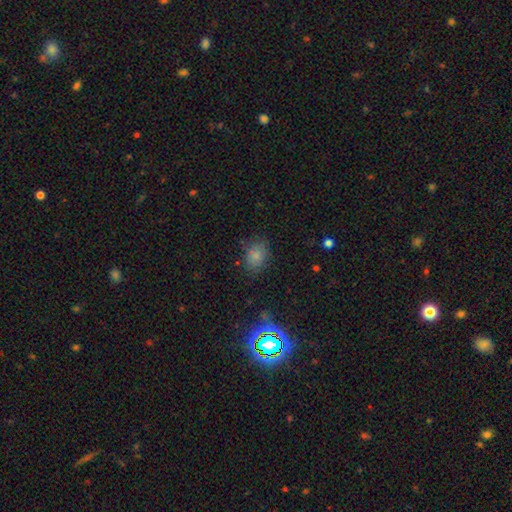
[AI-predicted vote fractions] Smooth or featured? Predicted: smooth (p=0.78). How rounded? Predicted: in between (p=0.66). Merging? Predicted: none (p=0.78).